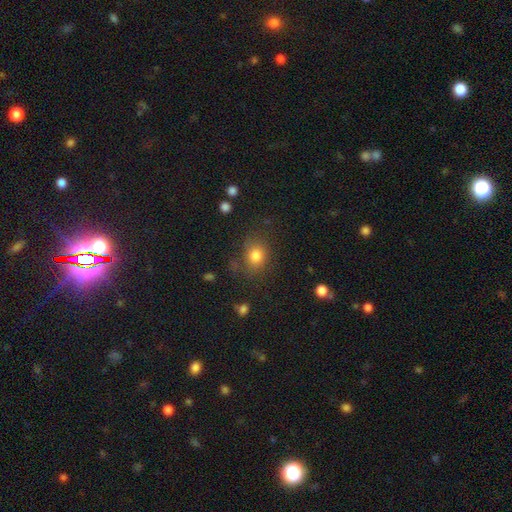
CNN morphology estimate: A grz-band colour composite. It shows a smooth galaxy with no disk features (80%) that is round (59%). Merging: none (76%).